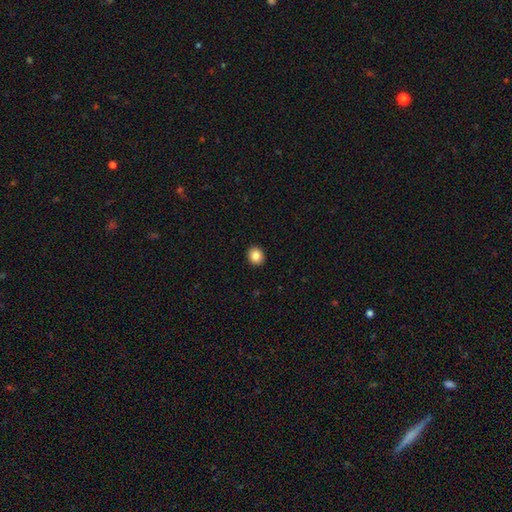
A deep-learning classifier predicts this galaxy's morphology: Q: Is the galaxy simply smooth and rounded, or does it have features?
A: smooth — 87%.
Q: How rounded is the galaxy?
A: round — 75%.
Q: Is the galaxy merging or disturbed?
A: none — 92%.